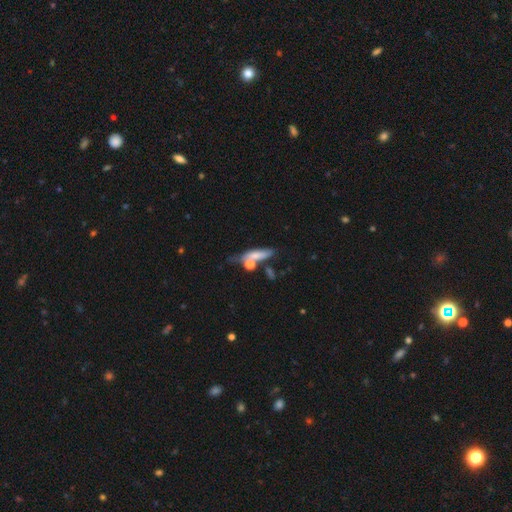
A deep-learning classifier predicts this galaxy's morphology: The model was most divided on "how rounded": cigar-shaped: 53%, in between: 37%, round: 10%. Remaining: smooth or featured — smooth (62%); merging — none (42%).